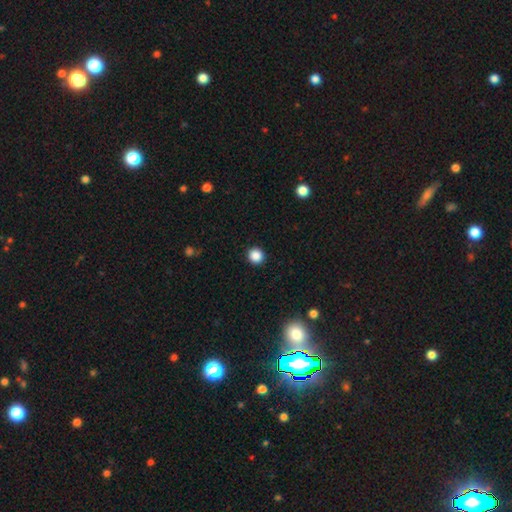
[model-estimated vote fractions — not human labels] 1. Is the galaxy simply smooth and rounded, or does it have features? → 87% smooth, 11% star or artifact, 3% featured or disk.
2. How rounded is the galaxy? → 93% round, 6% in between, 1% cigar-shaped.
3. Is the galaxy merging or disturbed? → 93% none, 4% minor disturbance, 2% major disturbance, 1% merger.